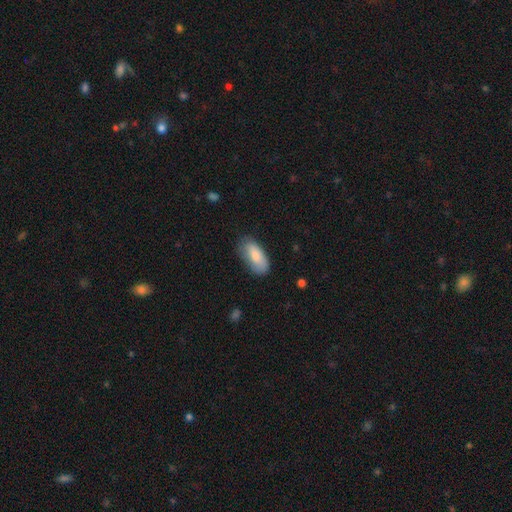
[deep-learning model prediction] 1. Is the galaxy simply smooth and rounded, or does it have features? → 83% smooth, 11% featured or disk, 6% star or artifact.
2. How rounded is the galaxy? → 91% in between, 7% cigar-shaped, 2% round.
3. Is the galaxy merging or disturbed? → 67% none, 25% minor disturbance, 6% major disturbance, 1% merger.